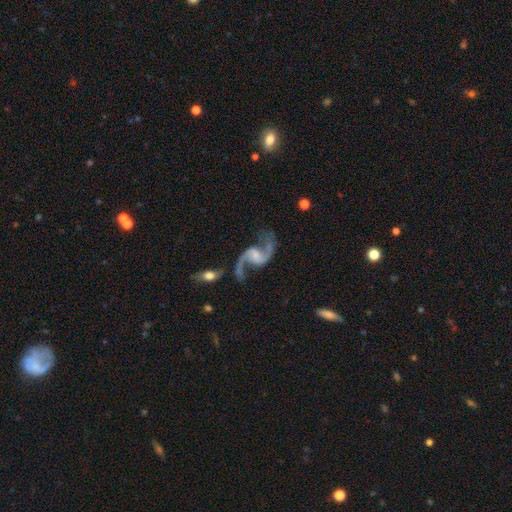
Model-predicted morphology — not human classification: Smooth or featured?
  - featured or disk: 91% *
  - star or artifact: 5%
  - smooth: 4%
Edge-on disk?
  - no: 98% *
  - yes: 2%
Bar?
  - weak: 45% *
  - no: 42%
  - strong: 13%
Spiral arms?
  - yes: 96% *
  - no: 4%
Spiral winding?
  - loose: 84% *
  - medium: 14%
  - tight: 3%
Spiral arm count?
  - 2: 93% *
  - 1: 3%
  - can't tell: 1%
  - 3: 1%
  - 4: 1%
  - more than 4: 1%
Bulge size?
  - small: 39% *
  - none: 31%
  - moderate: 22%
  - large: 5%
  - dominant: 2%
Merging?
  - none: 53% *
  - major disturbance: 16%
  - minor disturbance: 16%
  - merger: 14%